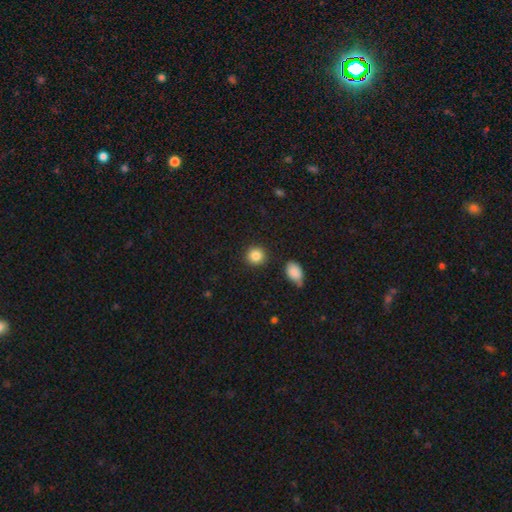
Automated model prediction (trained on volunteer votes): This appears to be a smooth galaxy with no disk features (86%) that is round (89%). Merging: none (88%).